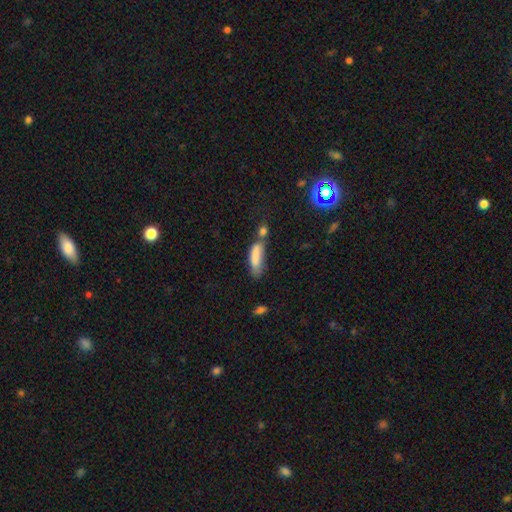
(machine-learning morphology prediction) smooth 81%, featured or disk 11%, star or artifact 8%. Down the decision tree: how rounded — cigar-shaped (51%); merging — merger (35%).